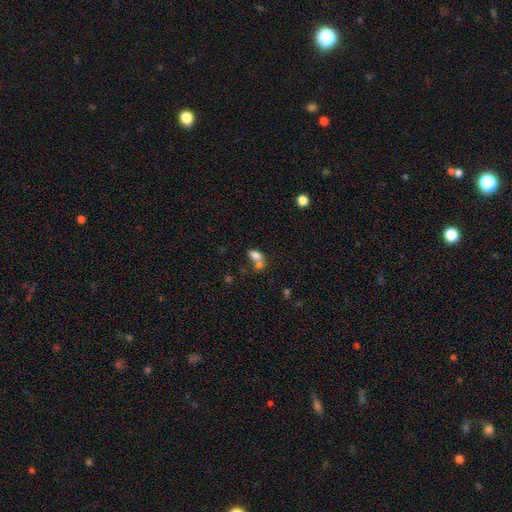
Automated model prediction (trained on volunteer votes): Smooth or featured? Predicted: smooth (p=0.76). How rounded? Predicted: in between (p=0.84). Merging? Predicted: merger (p=0.57).